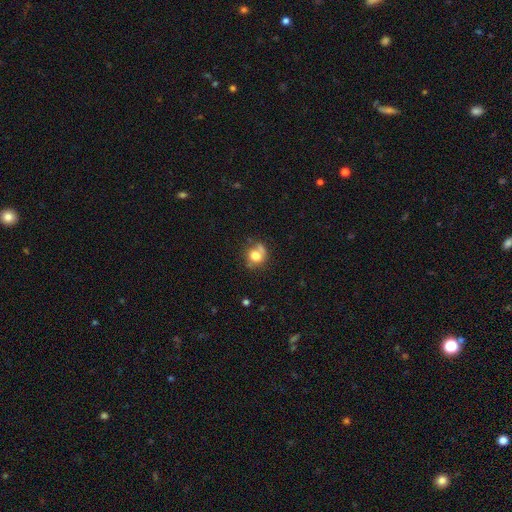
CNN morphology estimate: Overall: smooth (70%). How rounded: round (72%). Merging: none (50%; minor disturbance 25%).